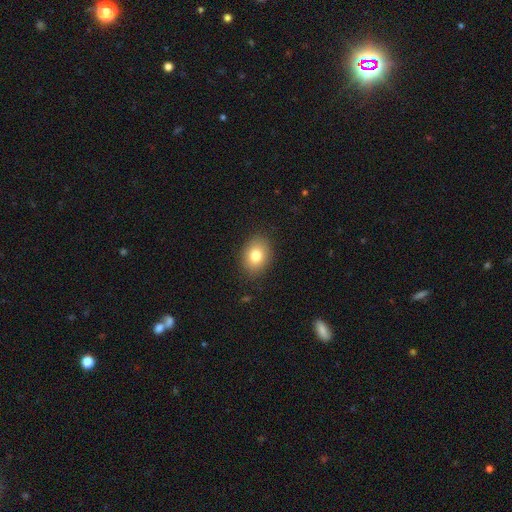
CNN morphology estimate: Smooth or featured: smooth — 80% (featured or disk — 11%)
How rounded: in between — 66% (round — 33%)
Merging: none — 87% (minor disturbance — 9%)